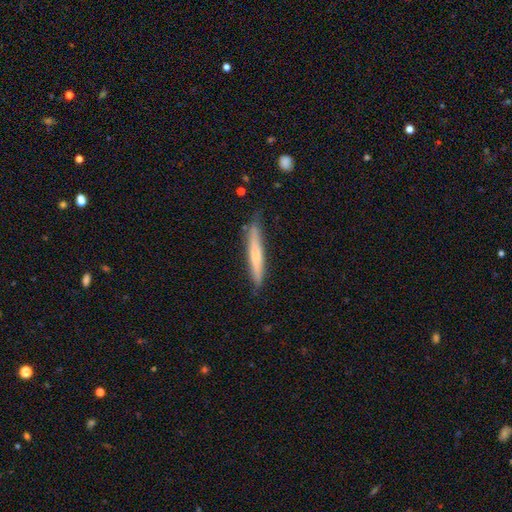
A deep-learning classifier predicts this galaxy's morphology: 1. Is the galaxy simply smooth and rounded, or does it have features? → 56% smooth, 39% featured or disk, 6% star or artifact.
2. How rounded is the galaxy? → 95% cigar-shaped, 4% in between, 1% round.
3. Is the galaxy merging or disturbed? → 79% none, 17% minor disturbance, 2% major disturbance, 2% merger.